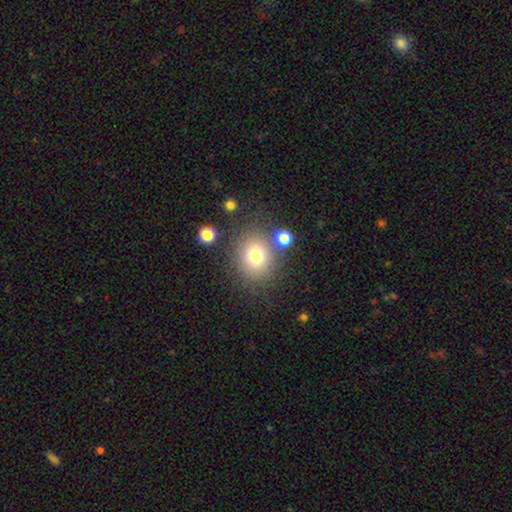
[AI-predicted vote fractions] smooth-or-featured: smooth: 75% | star or artifact: 14% | featured or disk: 11%
  how-rounded: round: 80% | in between: 19% | cigar-shaped: 1%
  merging: none: 75% | minor disturbance: 11% | merger: 9% | major disturbance: 5%